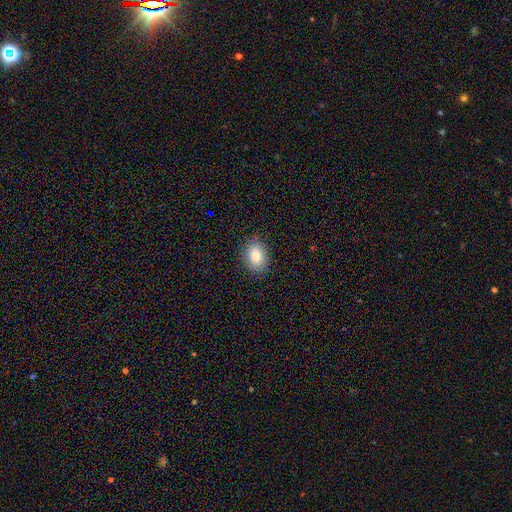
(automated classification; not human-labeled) smooth_or_featured: smooth (p=0.82) [alt: featured or disk p=0.10]
how_rounded: in between (p=0.76) [alt: round p=0.23]
merging: none (p=0.87) [alt: minor disturbance p=0.10]